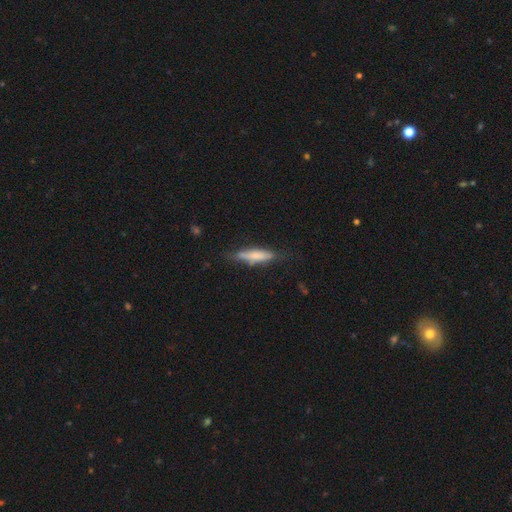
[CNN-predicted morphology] Smooth or featured? Predicted: smooth (p=0.64). How rounded? Predicted: cigar-shaped (p=0.80). Merging? Predicted: none (p=0.73).